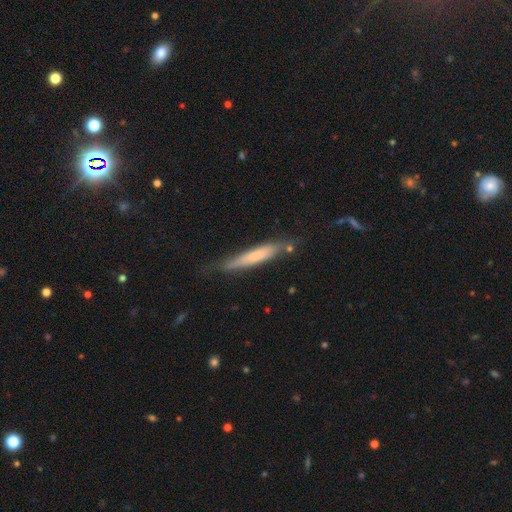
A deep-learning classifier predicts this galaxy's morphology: smooth_or_featured: smooth (p=0.65) [alt: featured or disk p=0.29]
how_rounded: cigar-shaped (p=0.92) [alt: in between p=0.07]
merging: none (p=0.67) [alt: minor disturbance p=0.24]